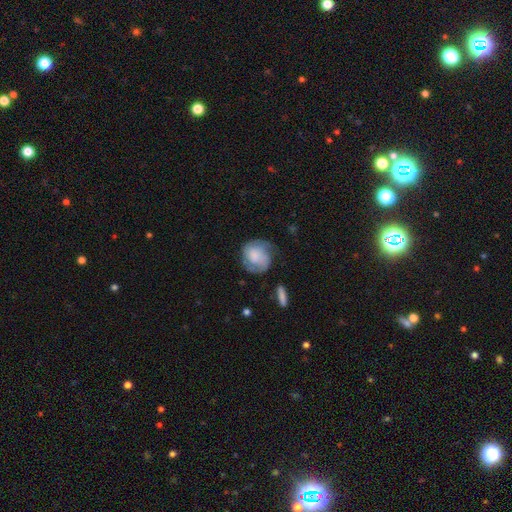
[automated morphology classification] type=featured or disk (56%); edge-on=no (98%); bar=no (70%); spiral arms=yes (88%); bulge=none (30%); merging=none (60%).